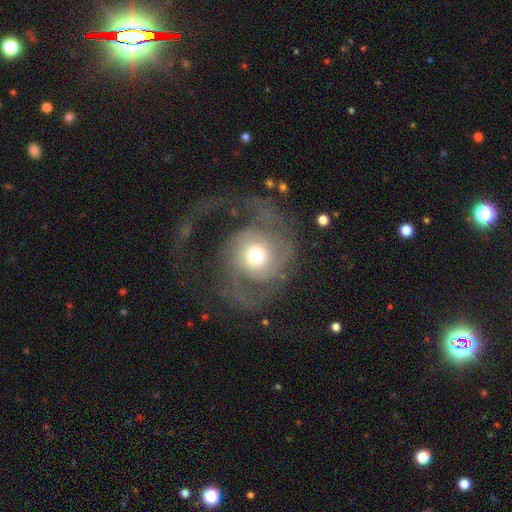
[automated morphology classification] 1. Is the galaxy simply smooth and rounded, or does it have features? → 75% featured or disk, 18% smooth, 7% star or artifact.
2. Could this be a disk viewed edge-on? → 97% no, 3% yes.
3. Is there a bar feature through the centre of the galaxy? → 78% no, 17% weak, 5% strong.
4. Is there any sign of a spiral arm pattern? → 89% yes, 11% no.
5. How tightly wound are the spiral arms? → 42% medium, 29% loose, 29% tight.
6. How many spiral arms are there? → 72% 2, 11% can't tell, 6% 1, 6% 3, 3% 4, 3% more than 4.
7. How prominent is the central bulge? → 63% moderate, 17% small, 16% large, 3% dominant, 1% none.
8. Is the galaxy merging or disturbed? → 50% none, 32% major disturbance, 15% minor disturbance, 3% merger.